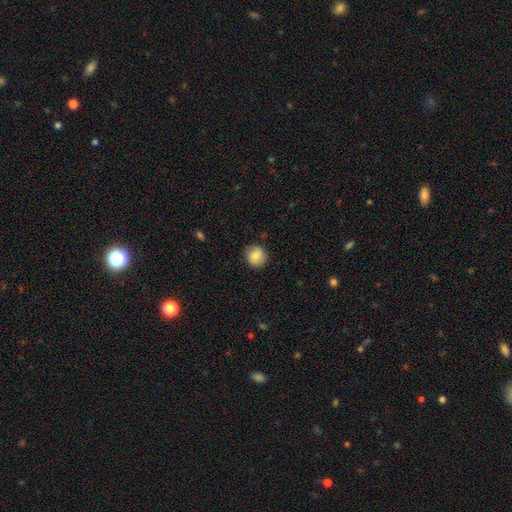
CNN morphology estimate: Smooth or featured? smooth (72%)
How rounded? round (87%)
Merging? none (85%)